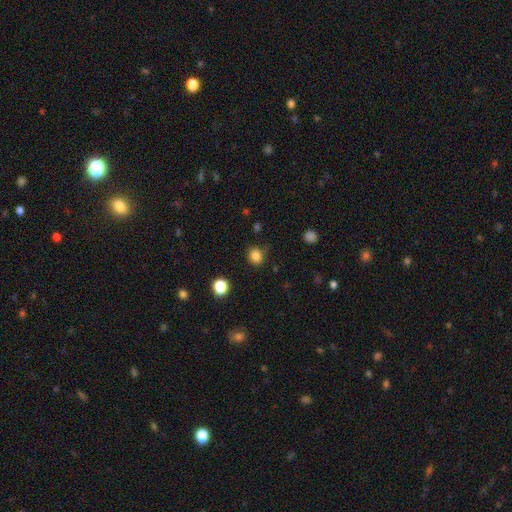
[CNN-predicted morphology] smooth-or-featured: smooth: 83% | star or artifact: 12% | featured or disk: 5%
  how-rounded: round: 79% | in between: 20% | cigar-shaped: 1%
  merging: none: 84% | minor disturbance: 11% | major disturbance: 3% | merger: 2%